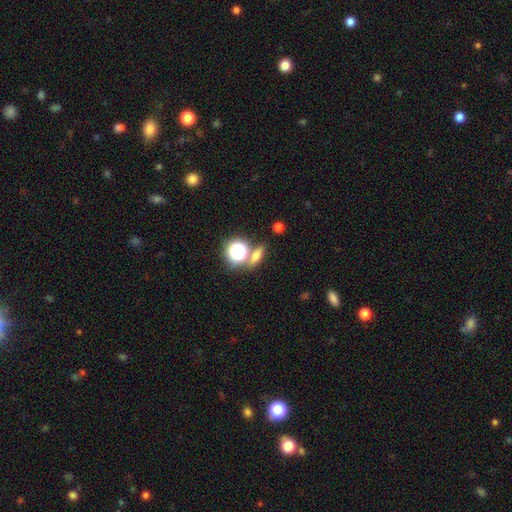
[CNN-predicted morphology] The model was most divided on "how rounded": in between: 37%, round: 33%, cigar-shaped: 30%. More confident: merging — none (74%); smooth or featured — smooth (56%).